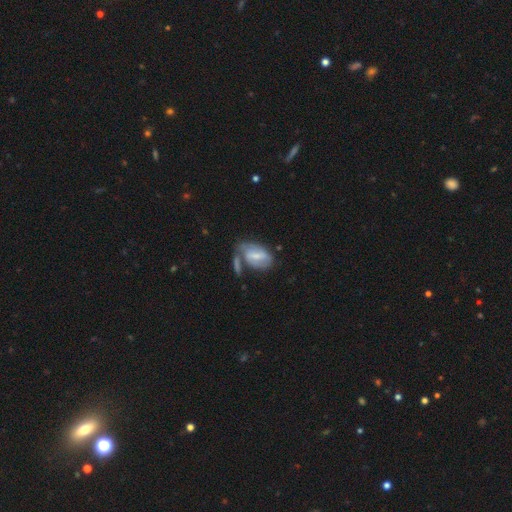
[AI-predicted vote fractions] Smooth or featured? Predicted: featured or disk (p=0.48). Merging? Predicted: none (p=0.34).